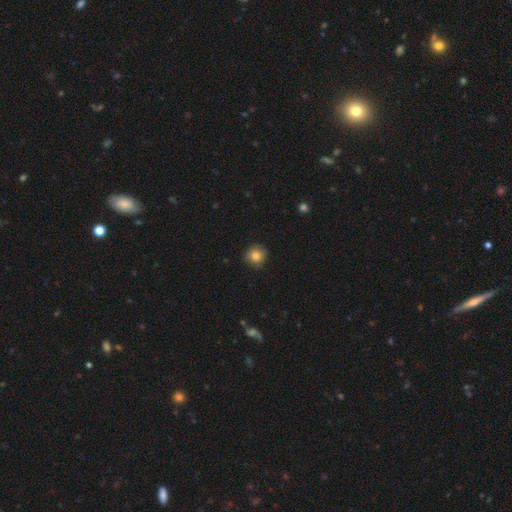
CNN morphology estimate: A smooth galaxy with no disk features (83%) that is round (92%). Merging: none (86%).